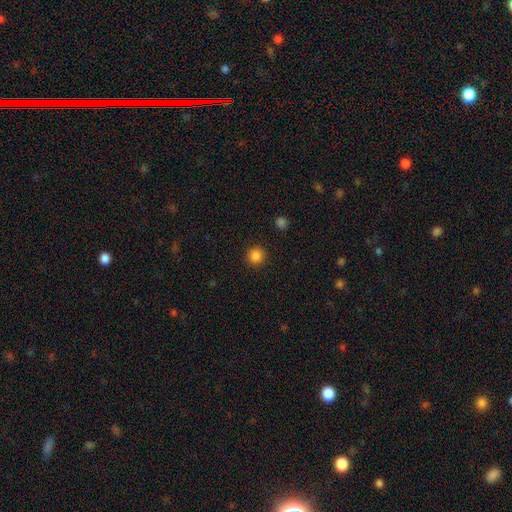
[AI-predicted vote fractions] smooth 85%, star or artifact 12%, featured or disk 3%. Down the decision tree: how rounded — round (95%); merging — none (92%).